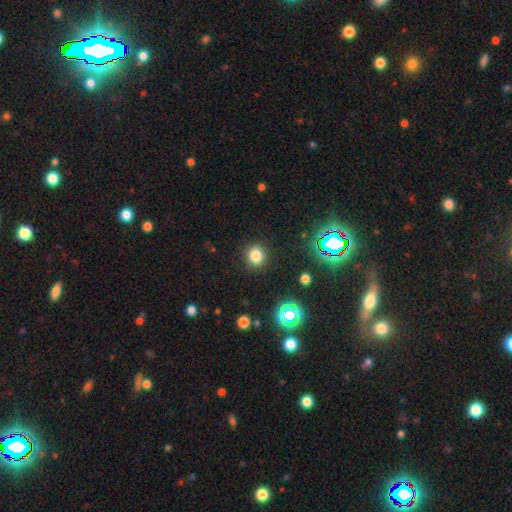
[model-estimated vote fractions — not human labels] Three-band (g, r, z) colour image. It shows a smooth galaxy with no disk features (78%) that is round (79%). Merging: none (89%).